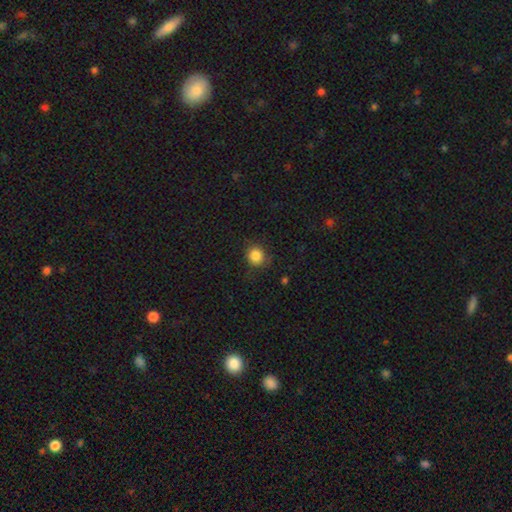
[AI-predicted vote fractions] smooth-or-featured: smooth: 85% | star or artifact: 11% | featured or disk: 4%
  how-rounded: round: 88% | in between: 11% | cigar-shaped: 1%
  merging: none: 83% | minor disturbance: 12% | major disturbance: 4% | merger: 1%